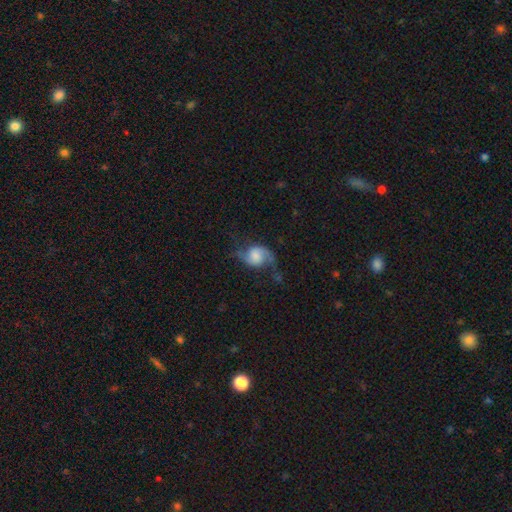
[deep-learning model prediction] smooth_or_featured: featured or disk (p=0.69) [alt: smooth p=0.23]
disk_edge_on: no (p=0.97) [alt: yes p=0.03]
bar: no (p=0.63) [alt: weak p=0.31]
has_spiral_arms: yes (p=0.93) [alt: no p=0.07]
spiral_winding: loose (p=0.63) [alt: medium p=0.29]
spiral_arm_count: 2 (p=0.86) [alt: 1 p=0.07]
bulge_size: small (p=0.28) [alt: moderate p=0.27]
merging: none (p=0.53) [alt: minor disturbance p=0.23]